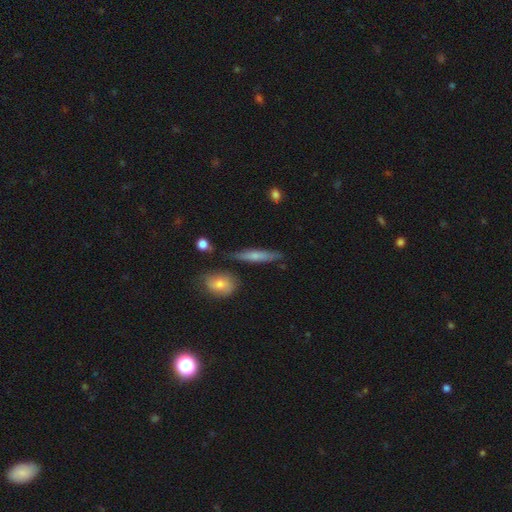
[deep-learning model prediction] Smooth or featured?
  - smooth: 61% *
  - featured or disk: 33%
  - star or artifact: 7%
How rounded?
  - cigar-shaped: 82% *
  - in between: 15%
  - round: 3%
Merging?
  - none: 76% *
  - minor disturbance: 15%
  - merger: 5%
  - major disturbance: 3%